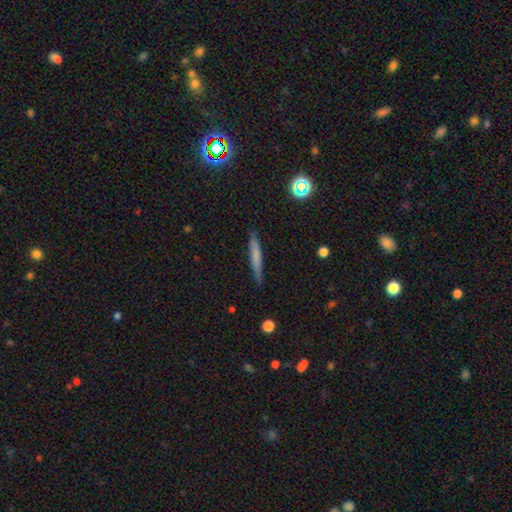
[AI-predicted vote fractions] A smooth galaxy with no disk features (65%) that is cigar-shaped (95%).

Vote fractions:
- Smooth or featured? smooth: 65% / featured or disk: 27% / star or artifact: 8%
- How rounded? cigar-shaped: 95% / in between: 4% / round: 2%
- Merging? none: 87% / minor disturbance: 10% / major disturbance: 2% / merger: 1%